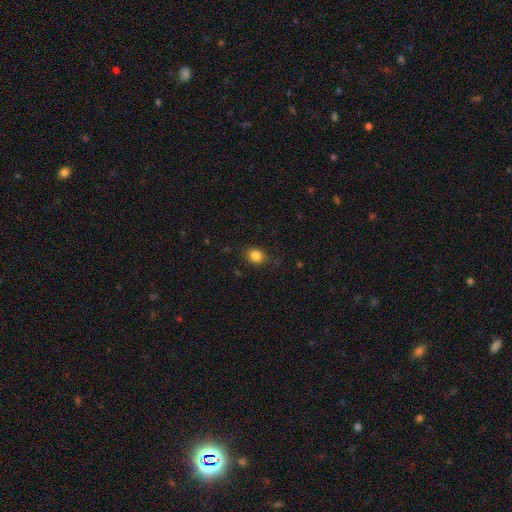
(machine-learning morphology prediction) The model was most divided on "how rounded": round: 59%, in between: 40%, cigar-shaped: 1%. More confident: smooth or featured — smooth (84%); merging — none (79%).